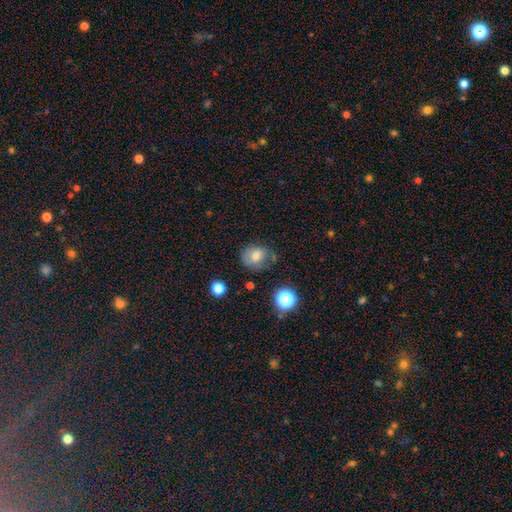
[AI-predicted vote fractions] smooth 73%, featured or disk 15%, star or artifact 13%. Down the decision tree: how rounded — round (63%); merging — none (61%).